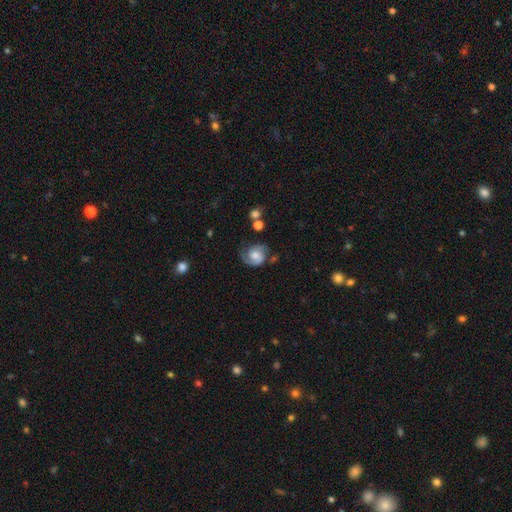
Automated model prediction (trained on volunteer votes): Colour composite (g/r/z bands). It shows a featured or disk galaxy (70%) with no bar (62%), 2 (62%) tight (42%) spiral arms (93%) and a moderate central bulge (52%). Merging: none (58%).